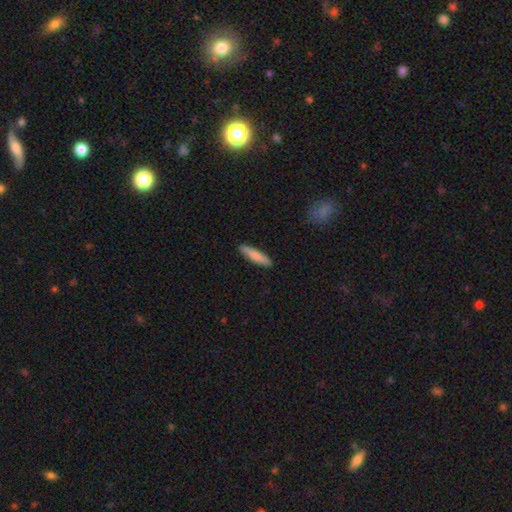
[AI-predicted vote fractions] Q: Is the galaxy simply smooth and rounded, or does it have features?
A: smooth — 80%.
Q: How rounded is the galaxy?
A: cigar-shaped — 83%.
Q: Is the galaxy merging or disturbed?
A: none — 89%.